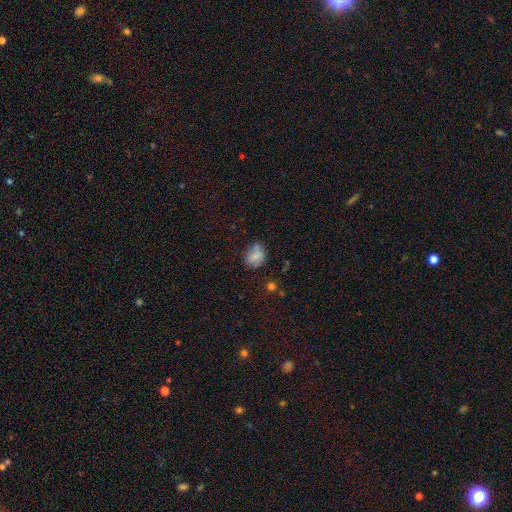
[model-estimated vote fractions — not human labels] smooth 75%, featured or disk 14%, star or artifact 11%. Down the decision tree: how rounded — in between (53%); merging — none (57%).